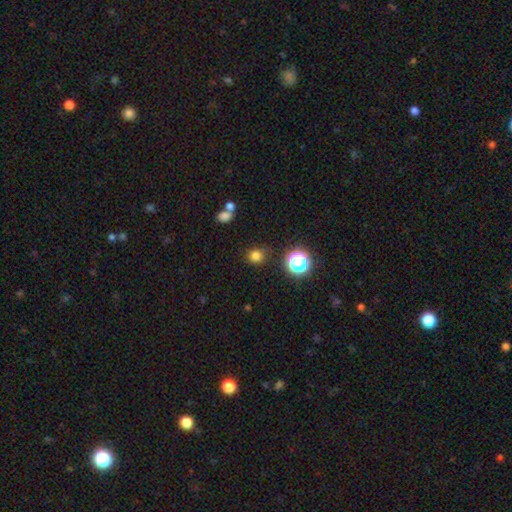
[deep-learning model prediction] Q: Smooth or featured?
A: smooth (78%); runner-up: star or artifact (17%)
Q: How rounded?
A: round (87%); runner-up: in between (12%)
Q: Merging?
A: none (83%); runner-up: minor disturbance (11%)